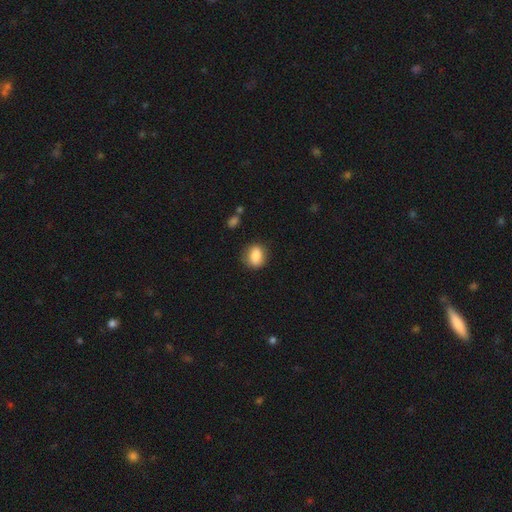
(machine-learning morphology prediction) A smooth galaxy with no disk features (85%) that is in between round and cigar-shaped (58%). Merging: none (80%).